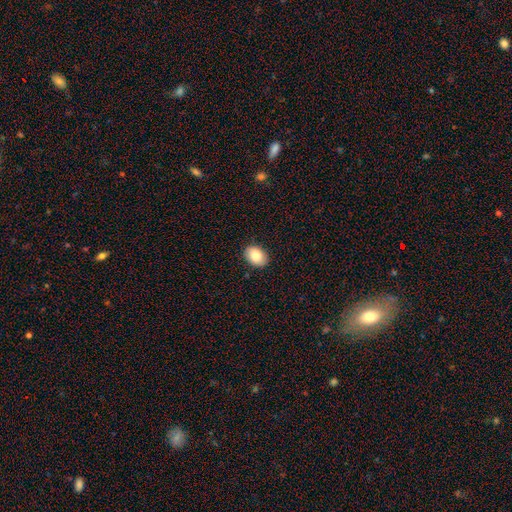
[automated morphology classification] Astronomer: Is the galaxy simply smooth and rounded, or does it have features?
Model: smooth — 87%.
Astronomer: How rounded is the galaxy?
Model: in between — 80%.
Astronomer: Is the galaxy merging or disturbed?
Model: none — 88%.